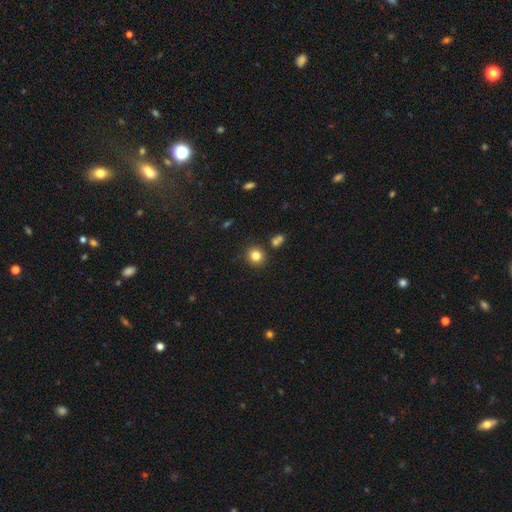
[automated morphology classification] type=smooth (81%); roundness=round (88%); merging=none (84%).